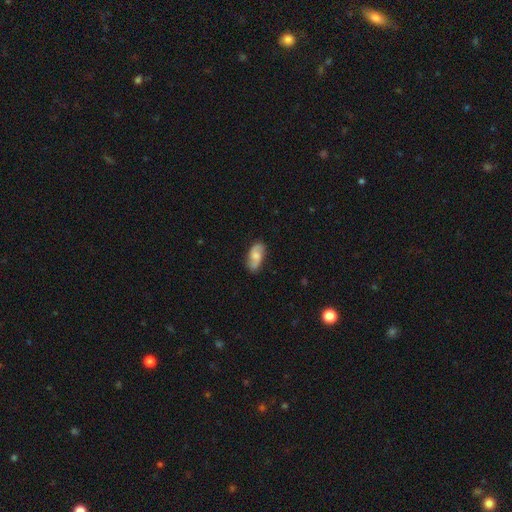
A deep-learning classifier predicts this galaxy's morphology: This is possibly a featured or disk galaxy (50%). It is clearly not viewed edge-on (94%). Merging: likely none (79%).